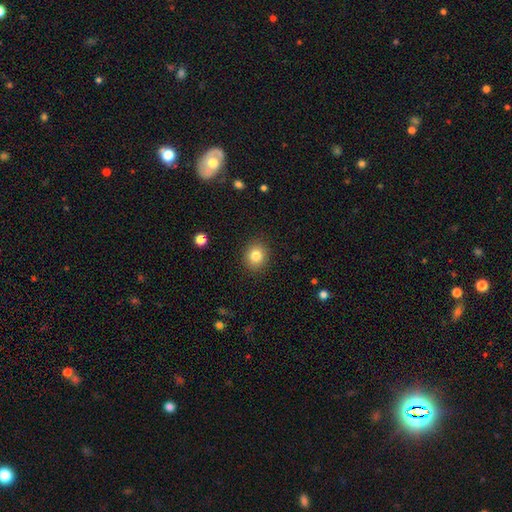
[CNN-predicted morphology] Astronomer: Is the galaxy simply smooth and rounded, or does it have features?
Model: smooth — 83%.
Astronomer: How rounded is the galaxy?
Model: round — 79%.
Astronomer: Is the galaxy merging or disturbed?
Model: none — 89%.